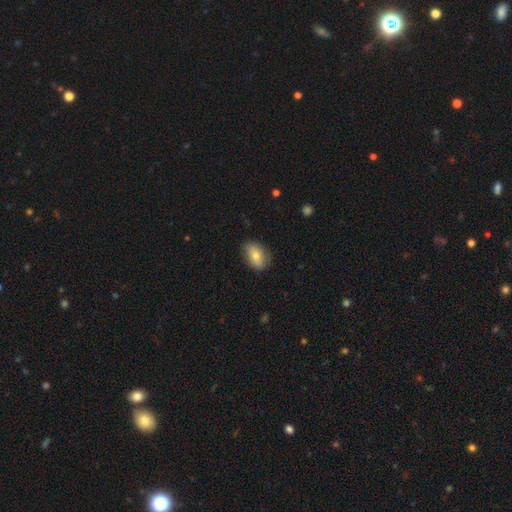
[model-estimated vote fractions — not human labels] Smooth or featured: smooth — 74% (featured or disk — 18%)
How rounded: in between — 84% (round — 14%)
Merging: none — 83% (minor disturbance — 13%)